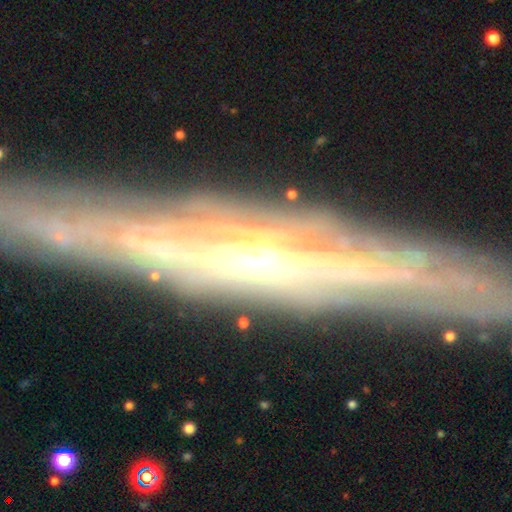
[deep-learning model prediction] Smooth or featured? Predicted: featured or disk (p=0.76). Edge-on disk? Predicted: yes (p=0.61). Merging? Predicted: none (p=0.72).